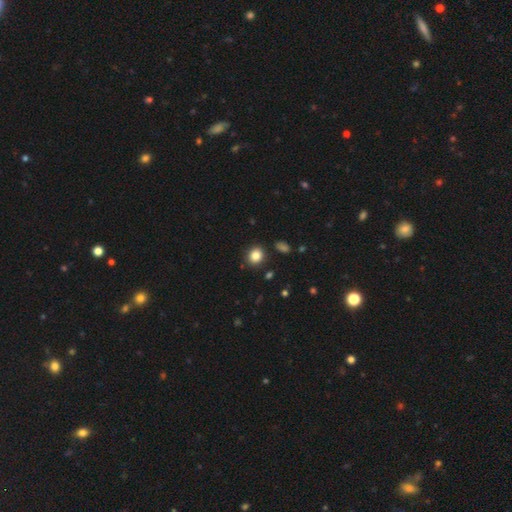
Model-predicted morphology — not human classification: Smooth or featured?
  - smooth: 84% *
  - star or artifact: 10%
  - featured or disk: 5%
How rounded?
  - round: 75% *
  - in between: 24%
  - cigar-shaped: 1%
Merging?
  - none: 88% *
  - minor disturbance: 7%
  - merger: 2%
  - major disturbance: 2%